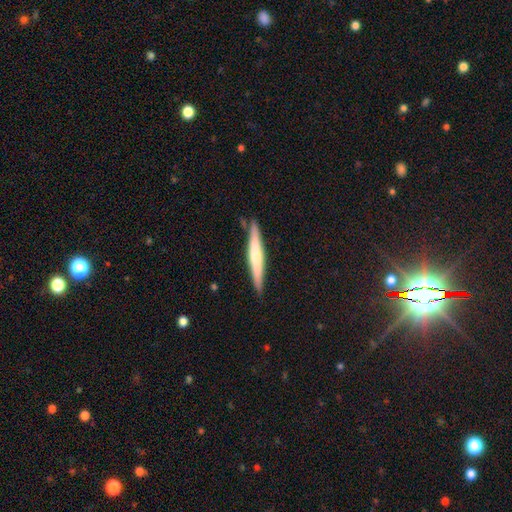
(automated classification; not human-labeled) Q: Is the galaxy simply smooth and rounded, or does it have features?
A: featured or disk — 50%.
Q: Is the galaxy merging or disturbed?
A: none — 87%.